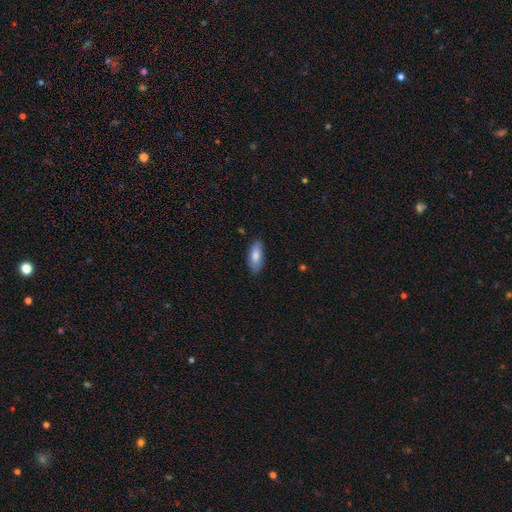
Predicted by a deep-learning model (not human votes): smooth-or-featured: smooth: 82% | featured or disk: 12% | star or artifact: 6%
  how-rounded: in between: 77% | cigar-shaped: 21% | round: 2%
  merging: none: 82% | minor disturbance: 14% | major disturbance: 2% | merger: 1%